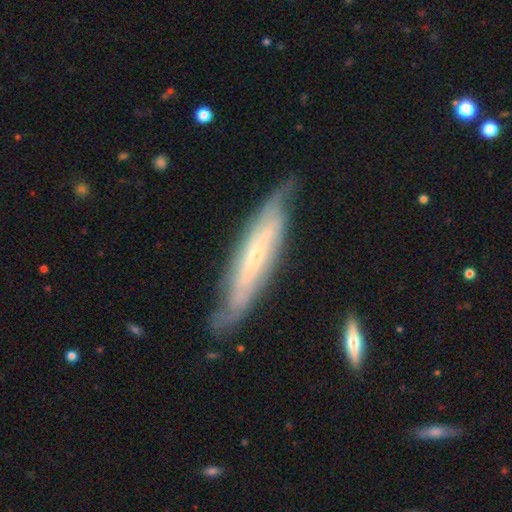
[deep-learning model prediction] Overall: featured or disk (75%). Edge-on disk: no (54%; yes 46%). Merging: none (69%).